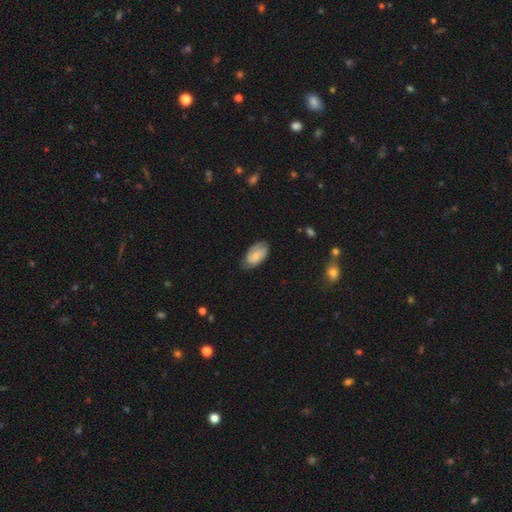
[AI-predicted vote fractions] smooth-or-featured: smooth: 68% | featured or disk: 25% | star or artifact: 7%
  how-rounded: in between: 94% | round: 3% | cigar-shaped: 3%
  merging: none: 71% | minor disturbance: 23% | major disturbance: 5% | merger: 1%